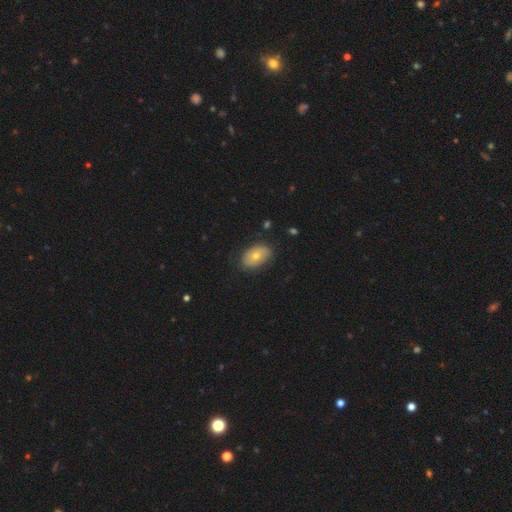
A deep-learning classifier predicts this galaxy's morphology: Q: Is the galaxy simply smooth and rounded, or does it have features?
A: smooth — 62%.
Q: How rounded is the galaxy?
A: in between — 86%.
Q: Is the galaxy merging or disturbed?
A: none — 78%.